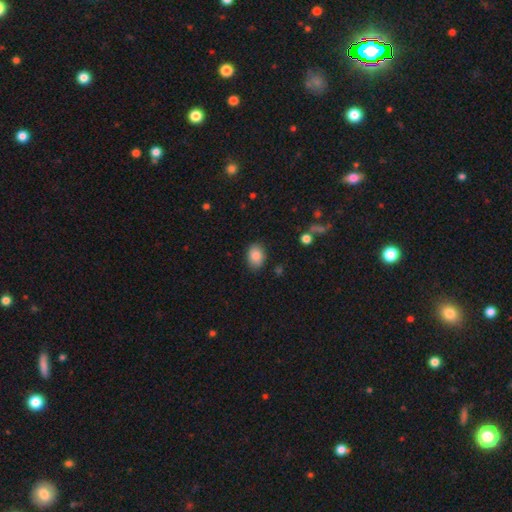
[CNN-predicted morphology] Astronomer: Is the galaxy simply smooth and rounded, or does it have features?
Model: smooth — 86%.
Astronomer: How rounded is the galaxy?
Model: in between — 73%.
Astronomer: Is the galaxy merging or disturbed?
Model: none — 83%.